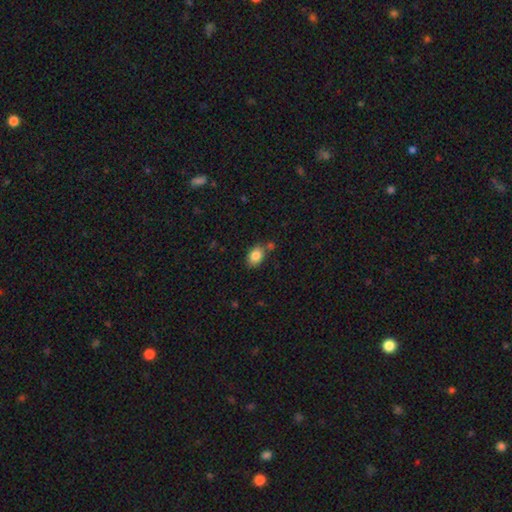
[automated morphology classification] Smooth or featured? smooth (84%)
How rounded? in between (77%)
Merging? none (68%)